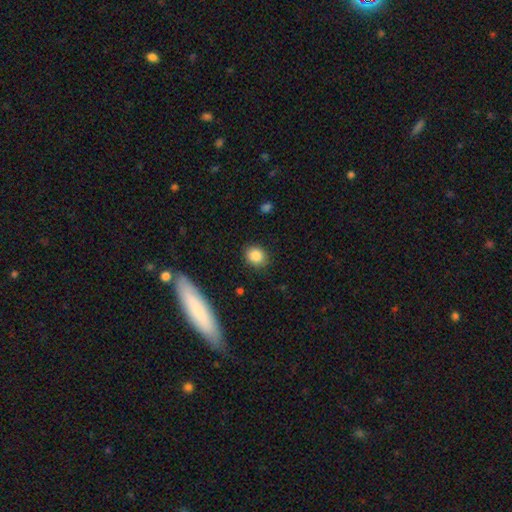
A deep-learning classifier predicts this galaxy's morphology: Smooth or featured? smooth (85%)
How rounded? round (71%)
Merging? none (88%)